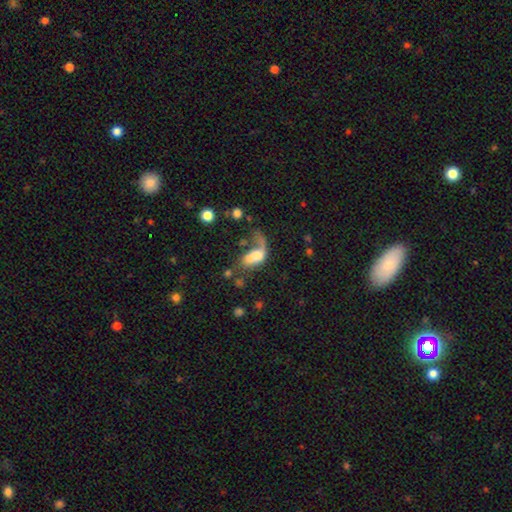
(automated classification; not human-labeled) Overall: featured or disk (46%; smooth 44%). Merging: major disturbance (44%; merger 30%).